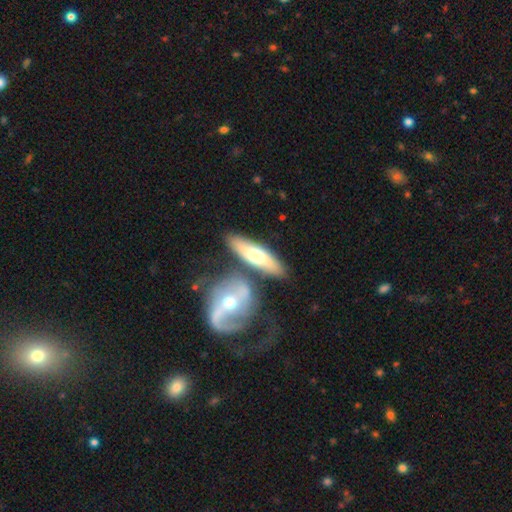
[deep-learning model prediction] This appears to be a smooth galaxy with no disk features (54%) that is in between round and cigar-shaped (53%). Merging: none (70%).